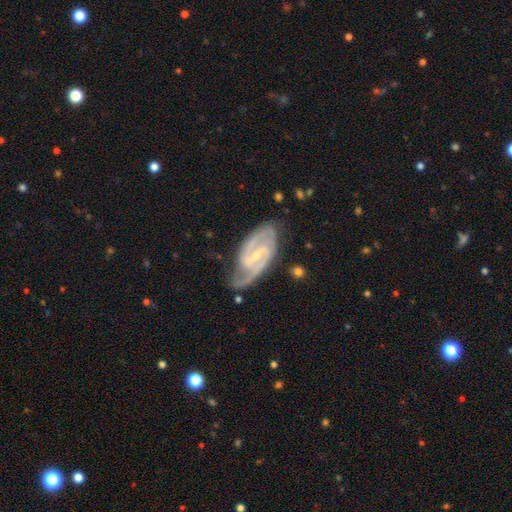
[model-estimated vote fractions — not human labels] This is clearly a featured or disk galaxy (91%). It is clearly not viewed edge-on (97%). Bar: possibly weak (47%). Spiral arm pattern: clearly yes (98%). Spiral arm count: clearly 2 (88%). Spiral winding: possibly medium (49%). Central bulge: likely small (71%). Merging: likely none (75%).